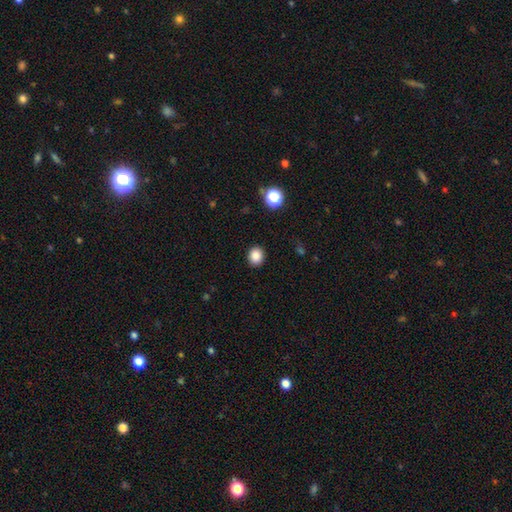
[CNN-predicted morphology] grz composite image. It shows a smooth galaxy with no disk features (86%) that is round (71%). Merging: none (90%).